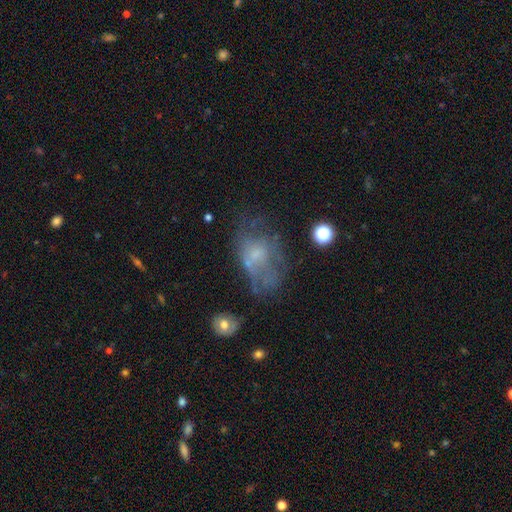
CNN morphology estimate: A featured or disk galaxy (49%). Merging: none (35%).